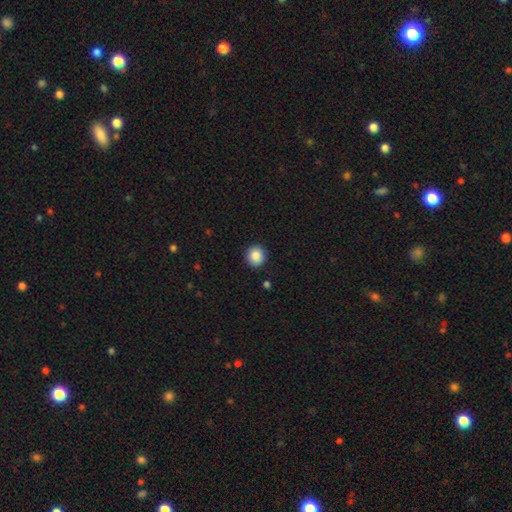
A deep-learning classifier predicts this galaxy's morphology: smooth_or_featured: smooth (p=0.88) [alt: star or artifact p=0.08]
how_rounded: round (p=0.92) [alt: in between p=0.07]
merging: none (p=0.91) [alt: minor disturbance p=0.06]